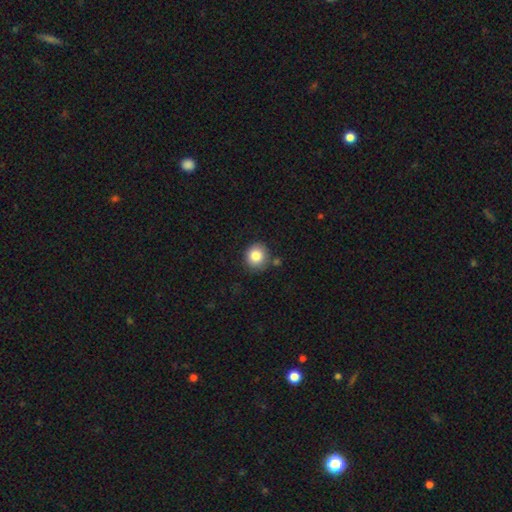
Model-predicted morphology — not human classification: Overall: smooth (83%). How rounded: round (85%). Merging: none (81%).